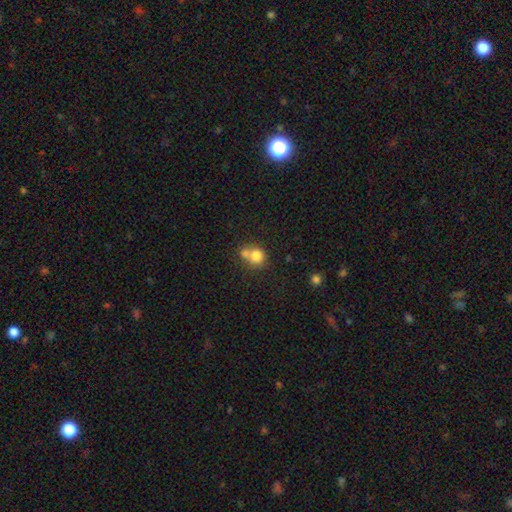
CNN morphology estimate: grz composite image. It shows a smooth galaxy with no disk features (78%) that is round (81%). Merging: merger (50%).